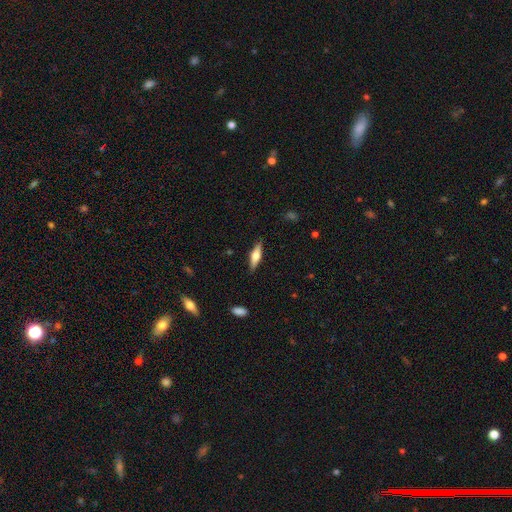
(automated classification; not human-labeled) Smooth or featured? featured or disk (49%)
Merging? none (88%)